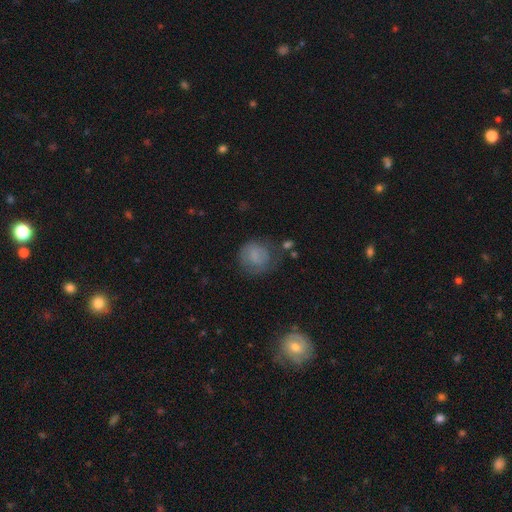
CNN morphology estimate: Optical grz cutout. It shows a smooth galaxy with no disk features (71%) that is round (81%). Merging: none (58%).